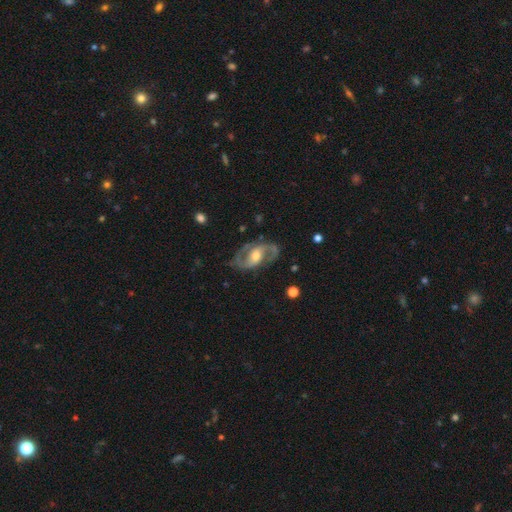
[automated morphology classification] featured or disk 90%, smooth 6%, star or artifact 4%. Down the decision tree: edge-on disk — no (97%); bar — weak (43%); spiral arms — yes (96%); spiral arm count — 2 (93%); spiral winding — medium (59%); bulge size — moderate (64%); merging — none (81%).